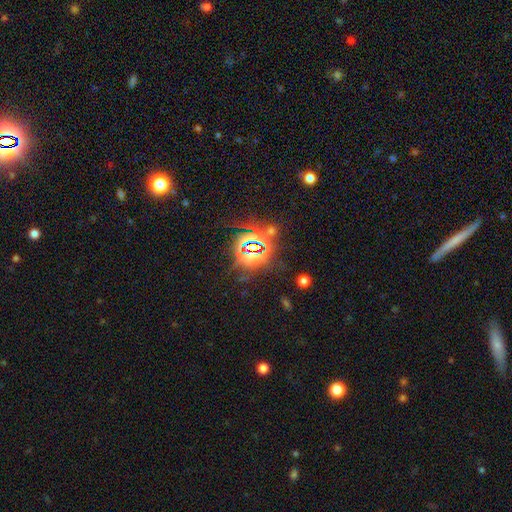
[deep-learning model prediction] Morphology: type=star or artifact (82%).